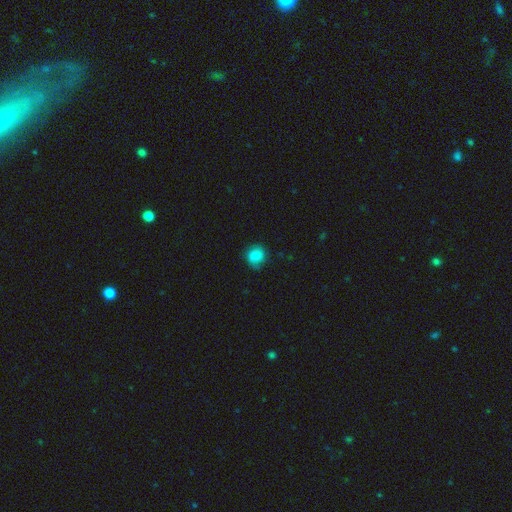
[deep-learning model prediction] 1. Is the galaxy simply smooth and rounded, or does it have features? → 80% smooth, 11% featured or disk, 9% star or artifact.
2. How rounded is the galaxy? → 76% round, 23% in between, 1% cigar-shaped.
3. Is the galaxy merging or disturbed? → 72% none, 21% minor disturbance, 6% major disturbance, 1% merger.